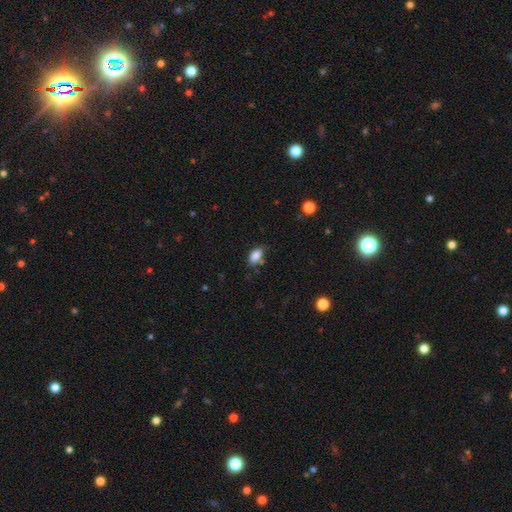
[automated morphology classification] type=smooth (85%); roundness=in between (90%); merging=none (68%).